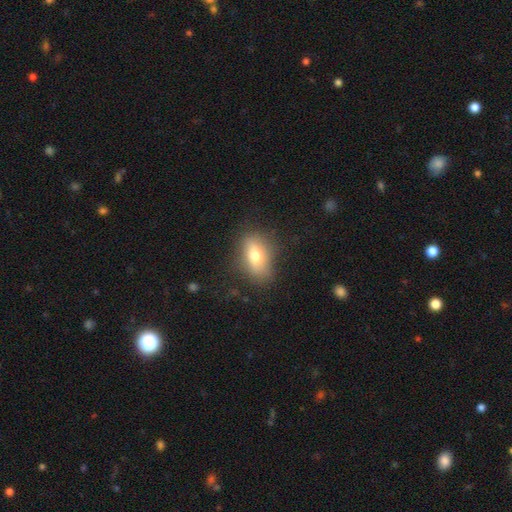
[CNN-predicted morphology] Smooth or featured?
  - smooth: 68% *
  - featured or disk: 23%
  - star or artifact: 9%
How rounded?
  - in between: 81% *
  - round: 12%
  - cigar-shaped: 7%
Merging?
  - none: 76% *
  - minor disturbance: 17%
  - major disturbance: 6%
  - merger: 1%